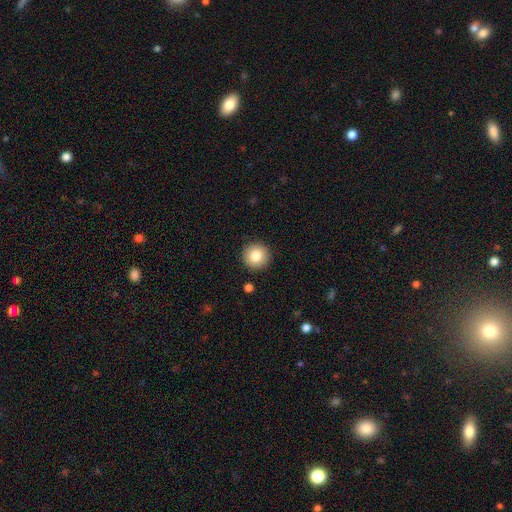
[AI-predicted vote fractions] This is clearly a smooth galaxy (83%). How rounded: clearly round (95%). Merging: clearly none (91%).